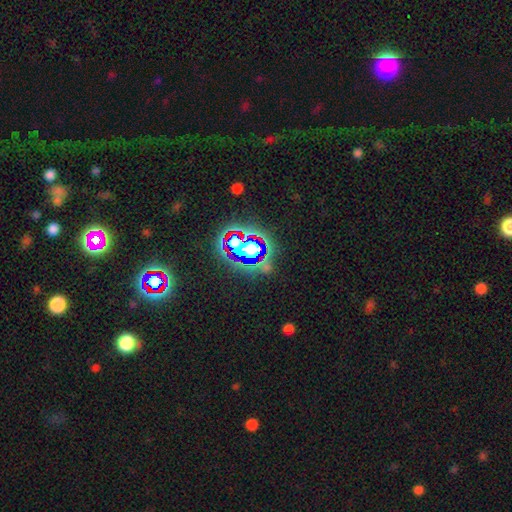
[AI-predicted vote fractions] Q: Smooth or featured?
A: star or artifact (76%); runner-up: smooth (14%)